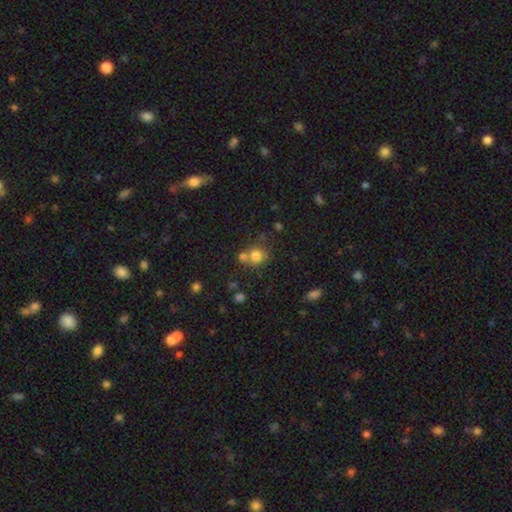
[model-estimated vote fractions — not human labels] Morphology: type=smooth (77%); roundness=round (83%); merging=none (50%).